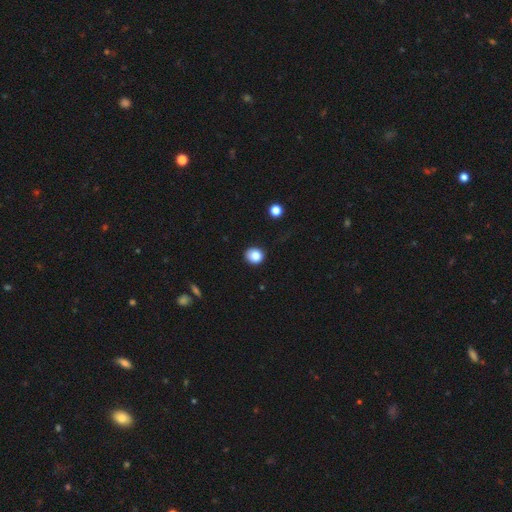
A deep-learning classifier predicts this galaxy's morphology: A smooth galaxy with no disk features (85%) that is round (84%). Merging: none (84%).